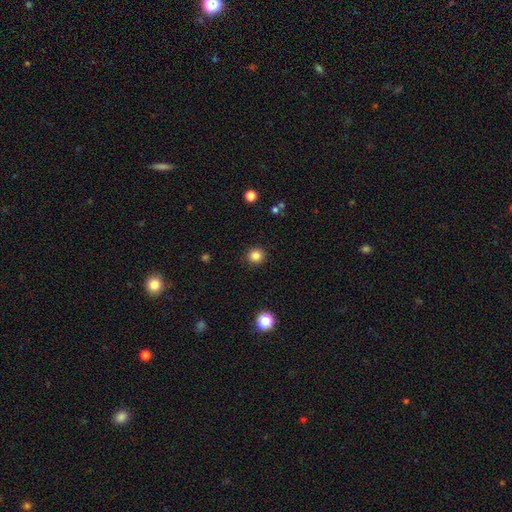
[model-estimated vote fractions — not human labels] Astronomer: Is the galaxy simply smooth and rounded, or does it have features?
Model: smooth — 84%.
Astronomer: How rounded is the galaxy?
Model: round — 93%.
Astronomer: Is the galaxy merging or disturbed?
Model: none — 92%.